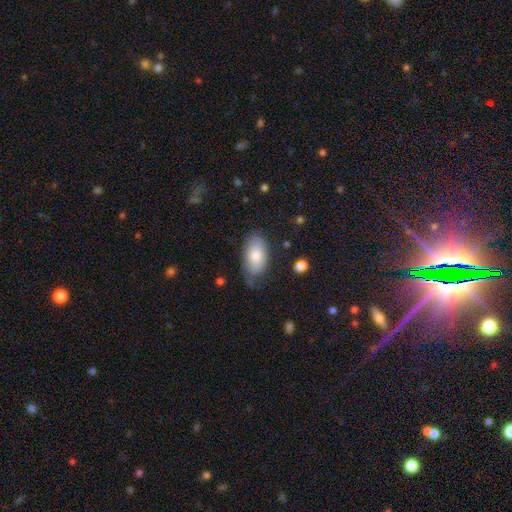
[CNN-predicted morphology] This is likely a smooth galaxy (77%). How rounded: clearly in between (94%). Merging: likely none (64%).